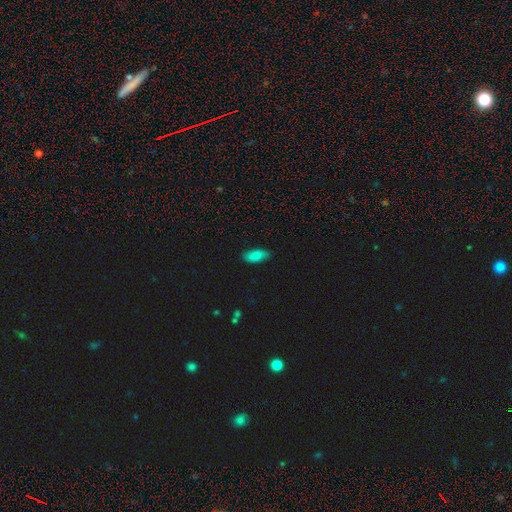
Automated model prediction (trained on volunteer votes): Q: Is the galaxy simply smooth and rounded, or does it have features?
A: smooth — 84%.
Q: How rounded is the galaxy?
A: in between — 87%.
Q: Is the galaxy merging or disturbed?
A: none — 85%.